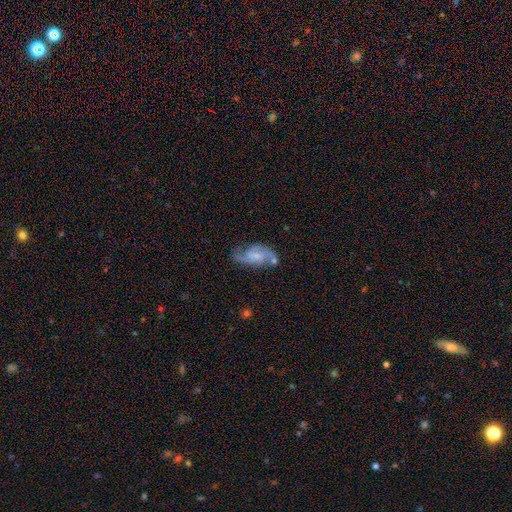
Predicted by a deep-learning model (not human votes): A featured or disk galaxy (77%) with a weak bar (45%), 2 (80%) medium (49%) spiral arms (93%) and a small central bulge (52%). Merging: none (57%).